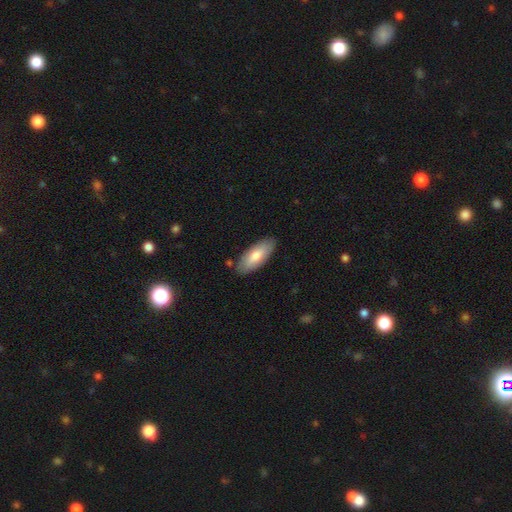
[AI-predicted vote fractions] Smooth or featured? smooth (74%)
How rounded? in between (77%)
Merging? none (84%)